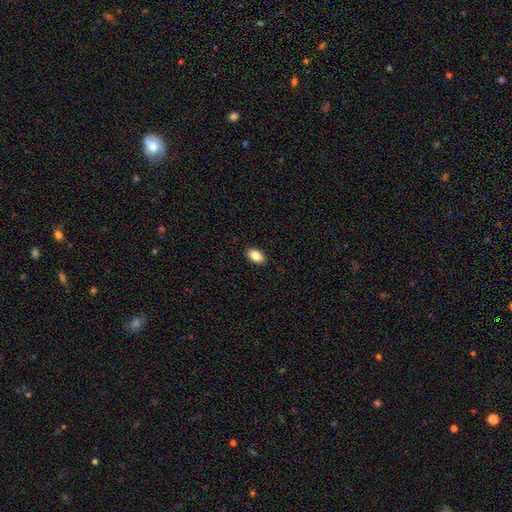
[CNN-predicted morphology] Smooth or featured? smooth (84%)
How rounded? in between (91%)
Merging? none (90%)